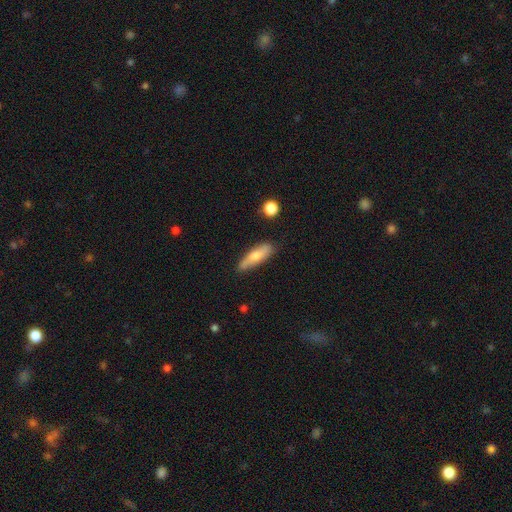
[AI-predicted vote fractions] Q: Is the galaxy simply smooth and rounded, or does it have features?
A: smooth — 64%.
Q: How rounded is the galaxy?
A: cigar-shaped — 59%.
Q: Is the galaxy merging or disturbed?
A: none — 77%.